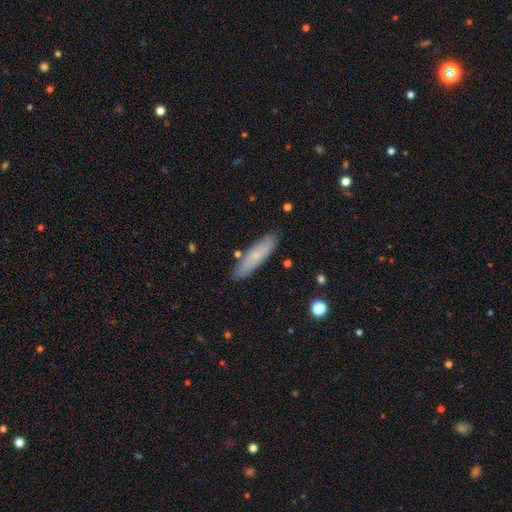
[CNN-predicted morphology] type=smooth (61%); roundness=cigar-shaped (69%); merging=none (84%).